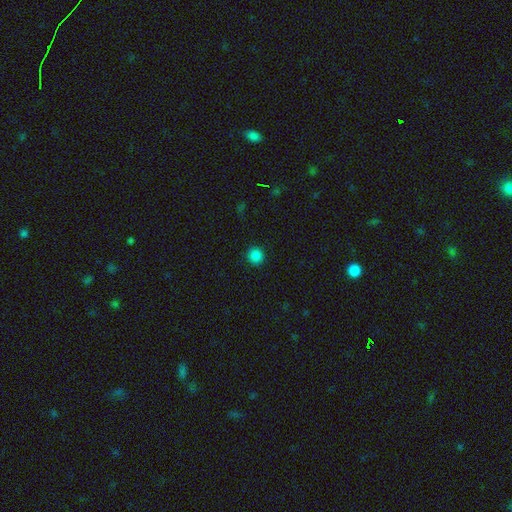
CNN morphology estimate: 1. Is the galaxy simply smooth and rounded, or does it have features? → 85% smooth, 12% star or artifact, 3% featured or disk.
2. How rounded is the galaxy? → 94% round, 5% in between, 1% cigar-shaped.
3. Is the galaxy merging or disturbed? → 92% none, 5% minor disturbance, 2% major disturbance, 1% merger.